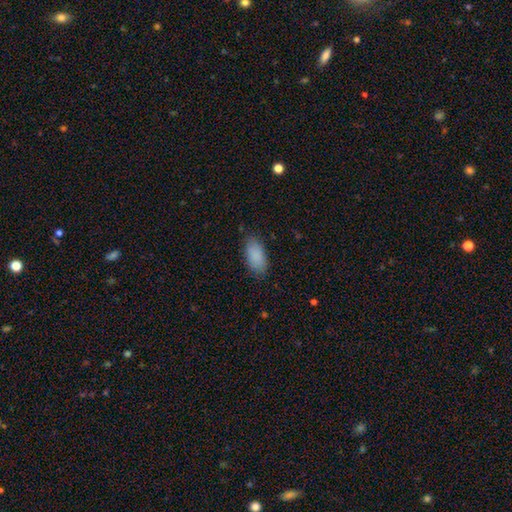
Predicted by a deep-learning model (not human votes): smooth-or-featured: smooth: 89% | star or artifact: 7% | featured or disk: 5%
  how-rounded: in between: 92% | cigar-shaped: 6% | round: 2%
  merging: none: 82% | minor disturbance: 14% | major disturbance: 3% | merger: 1%